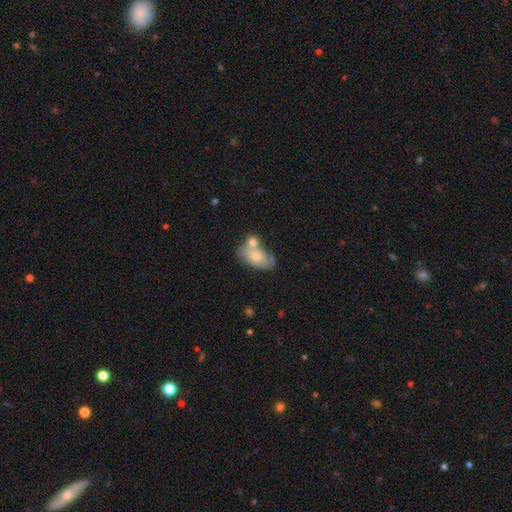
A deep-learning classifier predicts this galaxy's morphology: Q: Smooth or featured?
A: smooth (67%); runner-up: featured or disk (27%)
Q: How rounded?
A: in between (90%); runner-up: round (8%)
Q: Merging?
A: none (39%); runner-up: merger (35%)